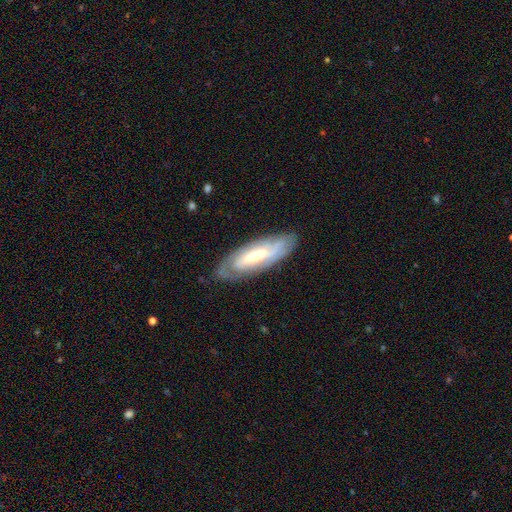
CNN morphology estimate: Q: Smooth or featured?
A: featured or disk (69%); runner-up: smooth (25%)
Q: Edge-on disk?
A: no (78%); runner-up: yes (22%)
Q: Bar?
A: weak (38%); runner-up: no (33%)
Q: Spiral arms?
A: yes (77%); runner-up: no (23%)
Q: Bulge size?
A: moderate (53%); runner-up: small (37%)
Q: Merging?
A: none (78%); runner-up: minor disturbance (16%)